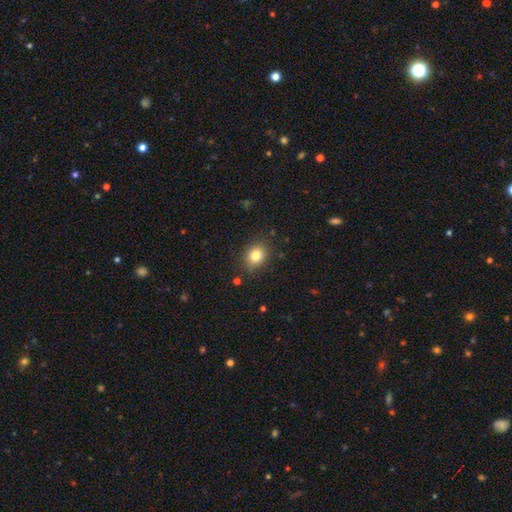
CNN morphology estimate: Overall: smooth (81%). How rounded: round (64%; in between 35%). Merging: none (85%).